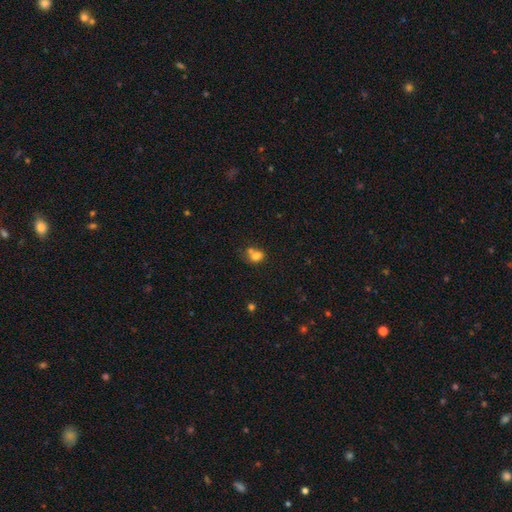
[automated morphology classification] This appears to be a smooth galaxy with no disk features (75%) that is in between round and cigar-shaped (56%). Merging: merger (47%).